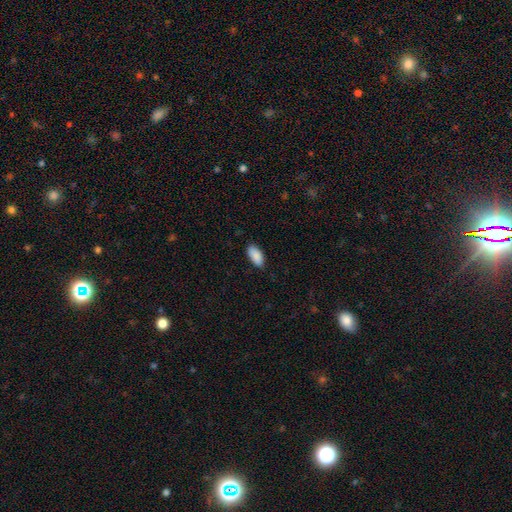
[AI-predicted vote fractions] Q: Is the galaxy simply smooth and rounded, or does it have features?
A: smooth — 90%.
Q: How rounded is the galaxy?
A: in between — 92%.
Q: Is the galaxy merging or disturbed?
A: none — 85%.